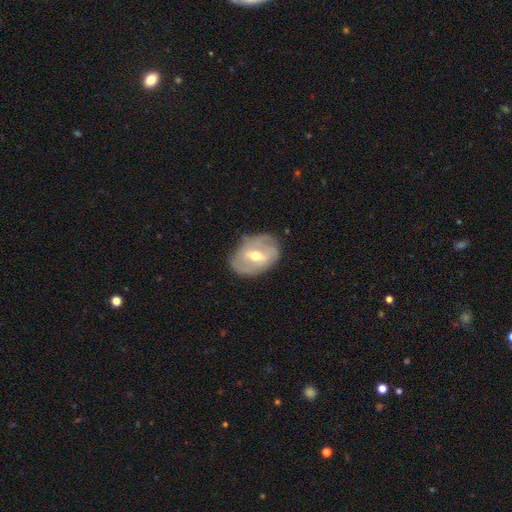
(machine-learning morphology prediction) Smooth or featured: featured or disk — 66% (smooth — 27%)
Edge-on disk: no — 94% (yes — 6%)
Bar: weak — 46% (strong — 34%)
Spiral arms: yes — 60% (no — 40%)
Bulge size: moderate — 75% (small — 17%)
Merging: none — 70% (minor disturbance — 22%)